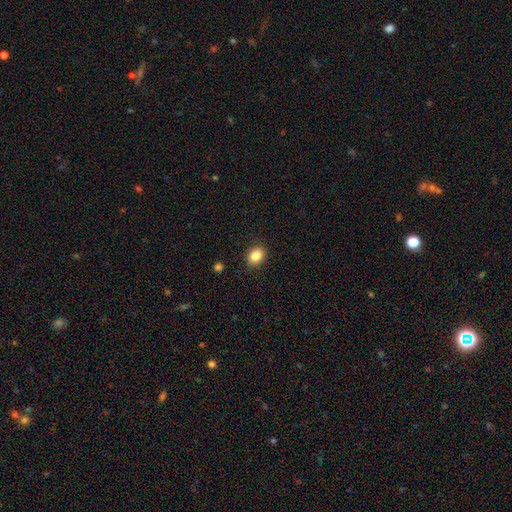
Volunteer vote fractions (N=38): Smooth or featured? smooth (82%)
How rounded? round (52%)
Merging? none (85%)